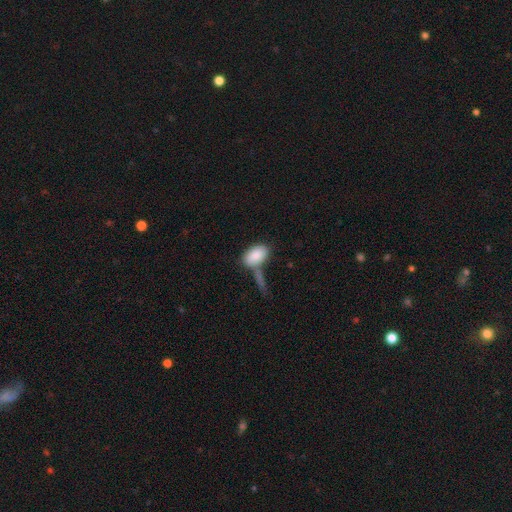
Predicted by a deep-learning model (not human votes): This is clearly a smooth galaxy (86%). How rounded: clearly in between (93%). Merging: possibly none (47%).